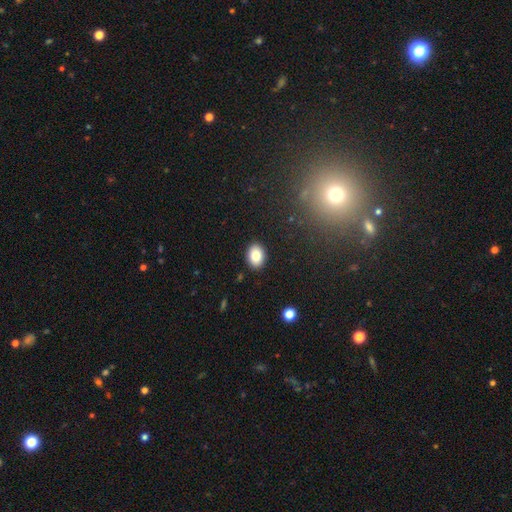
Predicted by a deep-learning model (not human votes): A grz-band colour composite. It shows a smooth galaxy with no disk features (83%) that is in between round and cigar-shaped (72%). Merging: none (90%).